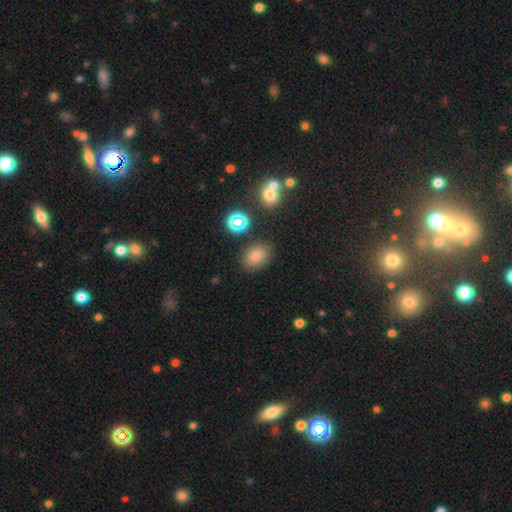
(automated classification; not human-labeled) Smooth or featured?
  - smooth: 76% *
  - star or artifact: 16%
  - featured or disk: 8%
How rounded?
  - in between: 69% *
  - round: 30%
  - cigar-shaped: 1%
Merging?
  - none: 82% *
  - minor disturbance: 10%
  - merger: 4%
  - major disturbance: 3%